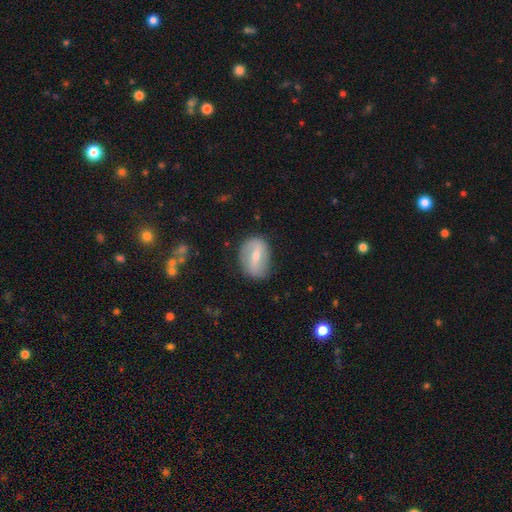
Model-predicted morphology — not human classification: A featured or disk galaxy (56%) with a strong bar (46%), spiral arms (53%) and a moderate central bulge (50%).

Vote fractions:
- Smooth or featured? featured or disk: 56% / smooth: 38% / star or artifact: 7%
- Edge-on disk? no: 93% / yes: 7%
- Bar? strong: 46% / weak: 38% / no: 16%
- Spiral arms? yes: 53% / no: 47%
- Bulge size? moderate: 50% / small: 45% / large: 2% / none: 2% / dominant: 1%
- Merging? none: 74% / minor disturbance: 18% / major disturbance: 6% / merger: 2%